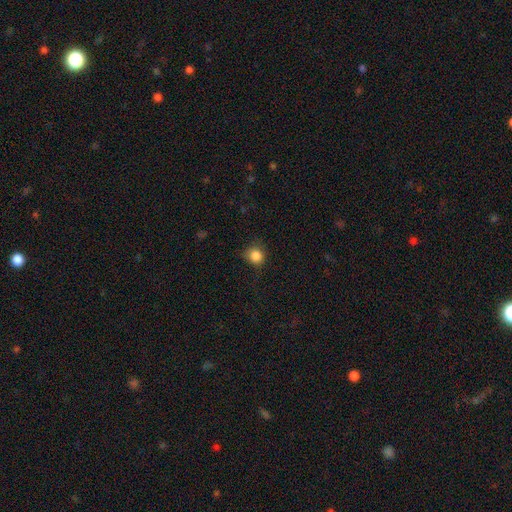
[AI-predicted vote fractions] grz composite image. It shows a smooth galaxy with no disk features (85%) that is round (85%). Merging: none (74%).